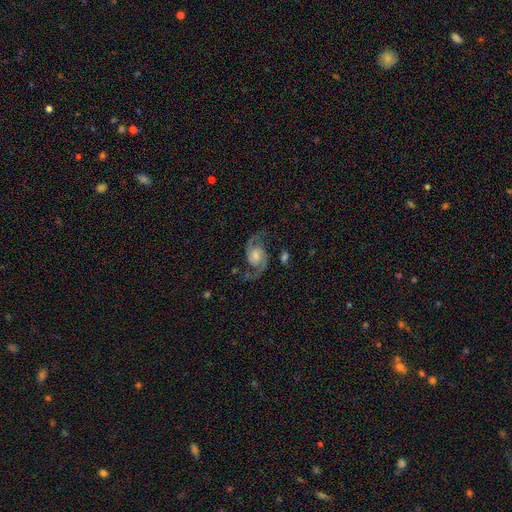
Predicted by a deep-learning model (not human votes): Overall: featured or disk (91%). Edge-on disk: no (98%). Bar: no (60%; weak 33%). Spiral arms: yes (98%). Spiral arm count: 2 (95%). Spiral winding: medium (55%; loose 30%). Bulge size: moderate (45%; small 27%). Merging: none (78%).